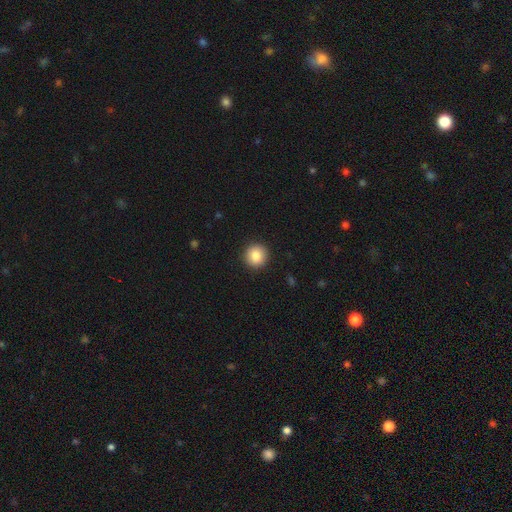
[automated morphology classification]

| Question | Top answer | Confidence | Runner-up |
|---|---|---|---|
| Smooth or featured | smooth | 86% | star or artifact (8%) |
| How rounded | round | 94% | in between (5%) |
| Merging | none | 92% | minor disturbance (5%) |